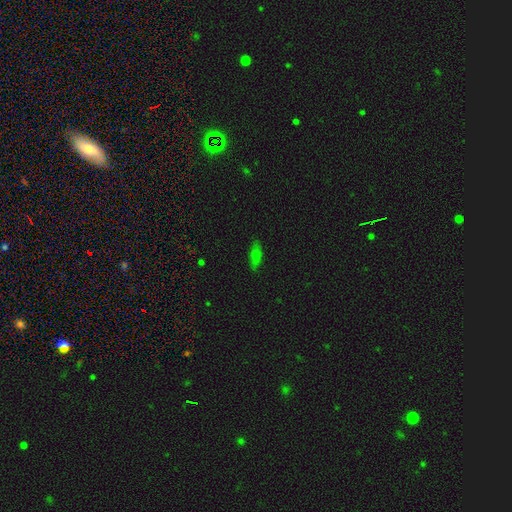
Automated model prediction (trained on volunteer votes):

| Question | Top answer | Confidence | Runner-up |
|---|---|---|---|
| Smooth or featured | smooth | 65% | featured or disk (21%) |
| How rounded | in between | 60% | cigar-shaped (36%) |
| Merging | none | 84% | minor disturbance (12%) |